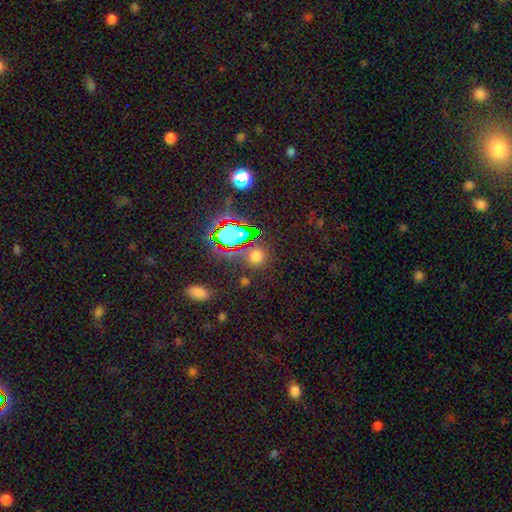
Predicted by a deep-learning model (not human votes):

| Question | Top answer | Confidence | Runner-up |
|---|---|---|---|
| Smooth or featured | smooth | 53% | star or artifact (39%) |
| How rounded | round | 88% | in between (10%) |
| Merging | none | 80% | minor disturbance (9%) |